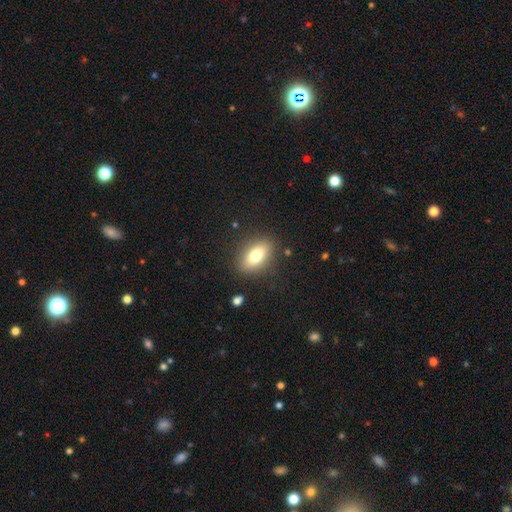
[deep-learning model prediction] smooth-or-featured: smooth: 73% | featured or disk: 18% | star or artifact: 9%
  how-rounded: in between: 80% | round: 13% | cigar-shaped: 6%
  merging: none: 85% | minor disturbance: 10% | major disturbance: 3% | merger: 2%